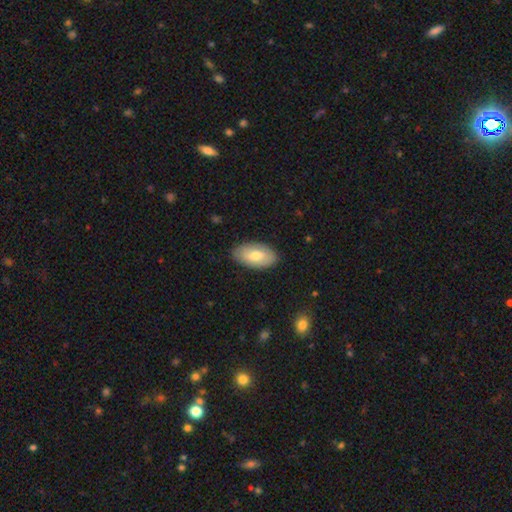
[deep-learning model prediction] Morphology: type=smooth (71%); roundness=in between (94%); merging=none (85%).